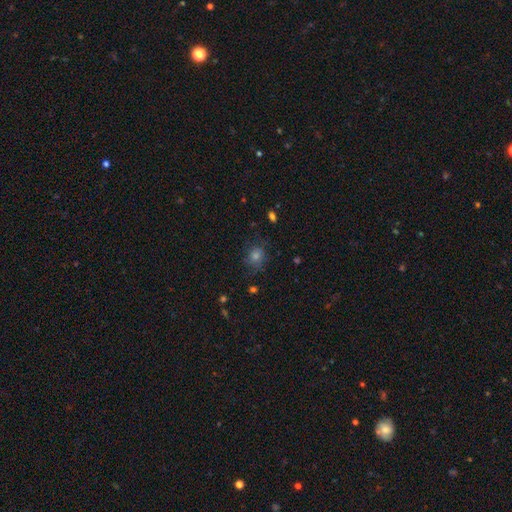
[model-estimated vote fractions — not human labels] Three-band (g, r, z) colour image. It shows a smooth galaxy with no disk features (52%) that is round (71%). Merging: none (72%).